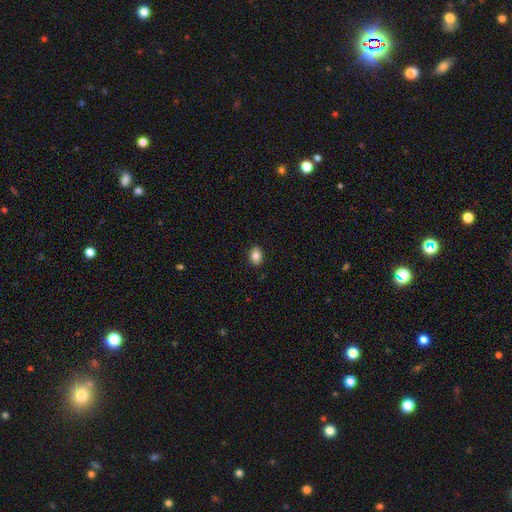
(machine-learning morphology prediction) A smooth galaxy with no disk features (83%) that is in between round and cigar-shaped (68%). Merging: none (89%).